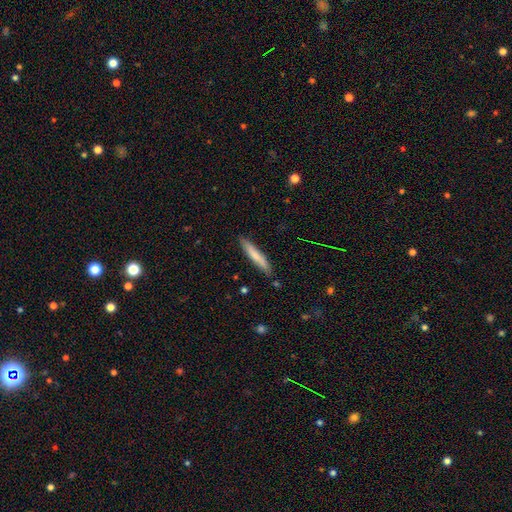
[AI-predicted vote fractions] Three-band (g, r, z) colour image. It shows a smooth galaxy with no disk features (75%) that is cigar-shaped (93%). Merging: none (87%).